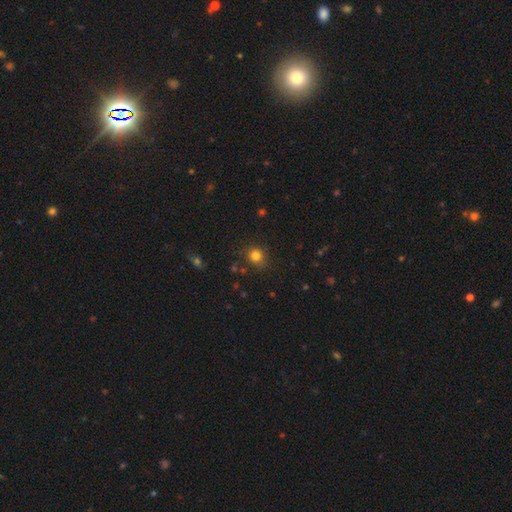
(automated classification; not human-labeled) The model was most divided on "smooth or featured": smooth: 80%, star or artifact: 14%, featured or disk: 6%. More confident: how rounded — round (85%); merging — none (80%).